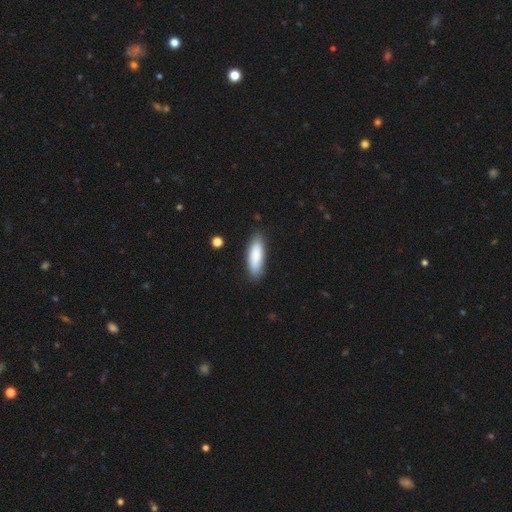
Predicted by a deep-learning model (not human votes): Overall: smooth (86%). How rounded: in between (56%; cigar-shaped 42%). Merging: none (86%).